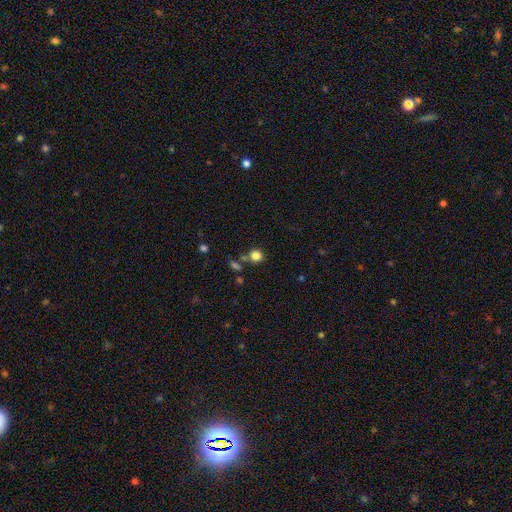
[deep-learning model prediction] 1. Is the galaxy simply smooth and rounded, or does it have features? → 82% smooth, 12% star or artifact, 5% featured or disk.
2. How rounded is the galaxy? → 88% round, 11% in between, 1% cigar-shaped.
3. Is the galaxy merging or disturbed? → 72% none, 14% merger, 11% minor disturbance, 4% major disturbance.